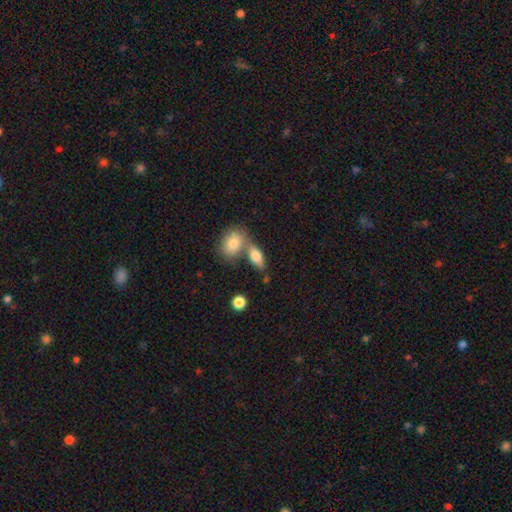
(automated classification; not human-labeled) A smooth galaxy with no disk features (77%) that is in between round and cigar-shaped (82%). Merging: merger (49%).